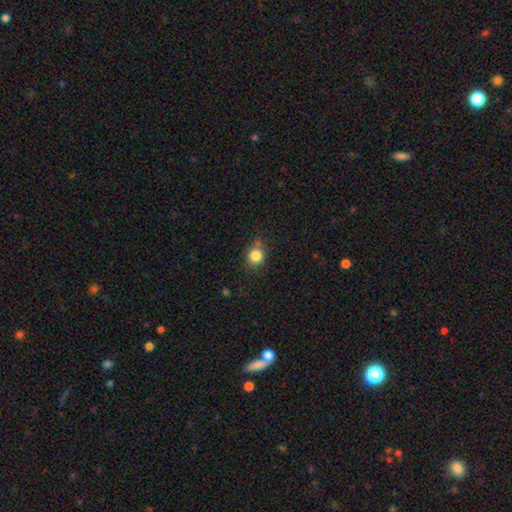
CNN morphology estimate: Smooth or featured? smooth (83%)
How rounded? round (83%)
Merging? none (74%)